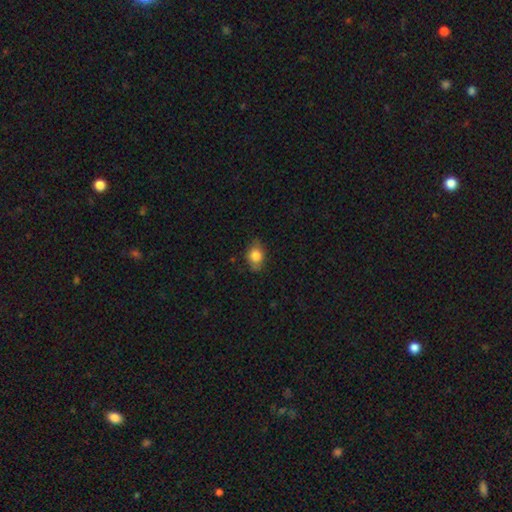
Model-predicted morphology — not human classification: Q: Smooth or featured?
A: smooth (81%); runner-up: featured or disk (11%)
Q: How rounded?
A: in between (64%); runner-up: round (35%)
Q: Merging?
A: none (75%); runner-up: minor disturbance (20%)